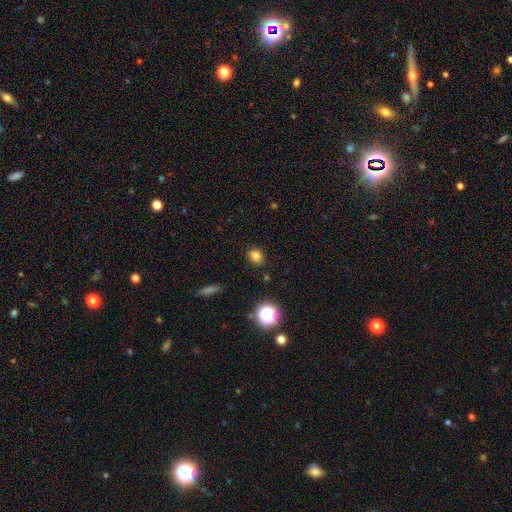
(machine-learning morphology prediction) This appears to be a smooth galaxy with no disk features (77%) that is round (60%). Merging: none (84%).